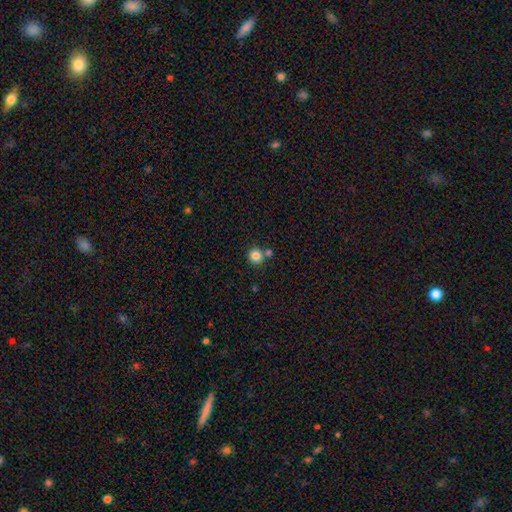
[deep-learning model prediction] Smooth or featured? Predicted: smooth (p=0.84). How rounded? Predicted: round (p=0.92). Merging? Predicted: none (p=0.72).